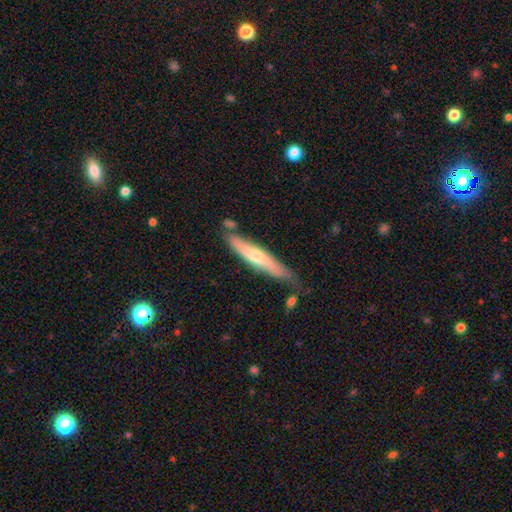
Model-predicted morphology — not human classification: A featured or disk galaxy (55%) viewed edge-on (89%). Merging: none (75%).